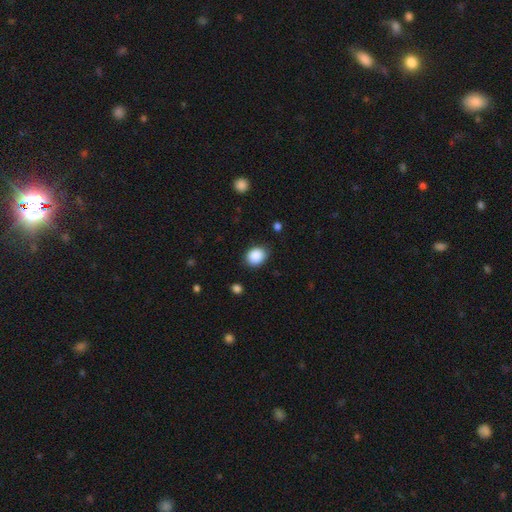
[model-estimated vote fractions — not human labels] smooth_or_featured: smooth (p=0.89) [alt: star or artifact p=0.08]
how_rounded: round (p=0.51) [alt: in between p=0.48]
merging: none (p=0.83) [alt: minor disturbance p=0.13]